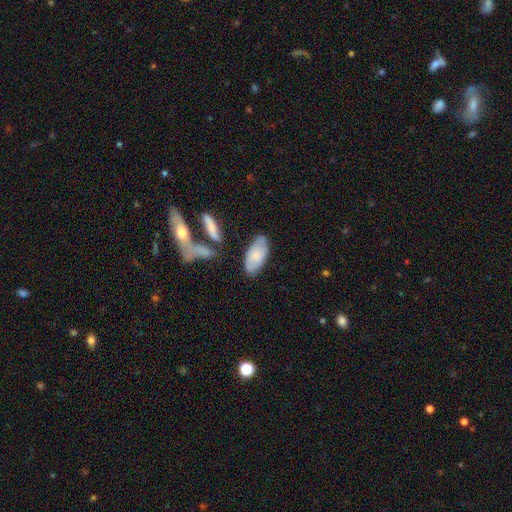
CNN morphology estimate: smooth-or-featured: smooth: 71% | featured or disk: 23% | star or artifact: 6%
  how-rounded: in between: 91% | cigar-shaped: 7% | round: 2%
  merging: none: 72% | minor disturbance: 17% | merger: 6% | major disturbance: 5%